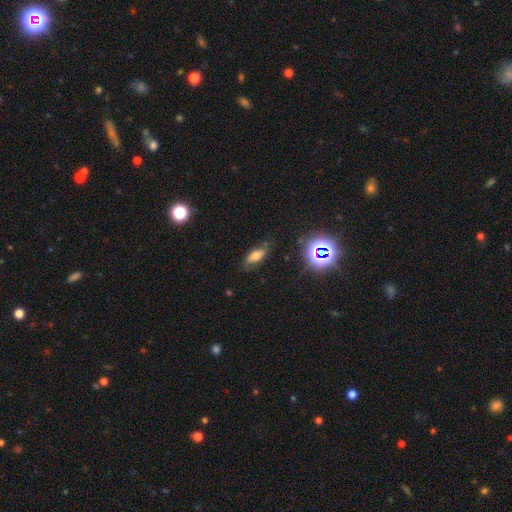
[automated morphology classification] The model was most divided on "smooth or featured": smooth: 55%, featured or disk: 26%, star or artifact: 19%. More confident: how rounded — in between (77%); merging — none (71%).